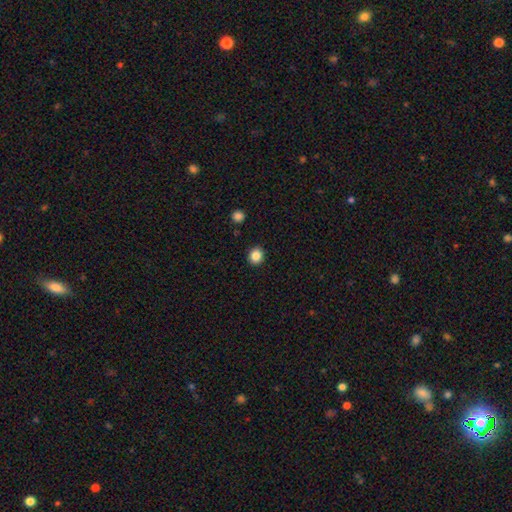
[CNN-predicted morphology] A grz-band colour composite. It shows a smooth galaxy with no disk features (85%) that is round (83%). Merging: none (92%).